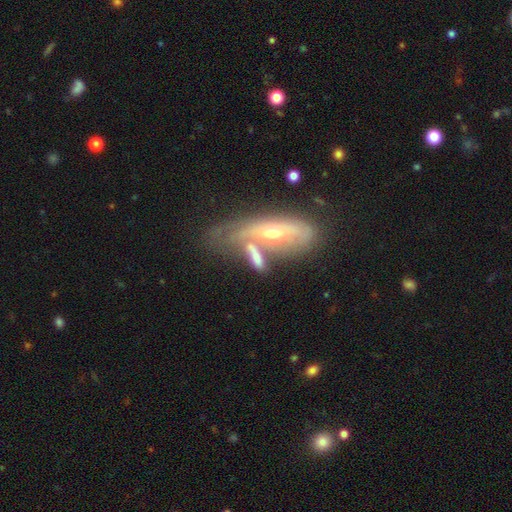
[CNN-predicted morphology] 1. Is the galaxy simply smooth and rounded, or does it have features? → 47% featured or disk, 45% smooth, 8% star or artifact.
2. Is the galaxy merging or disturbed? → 40% merger, 30% none, 17% minor disturbance, 13% major disturbance.